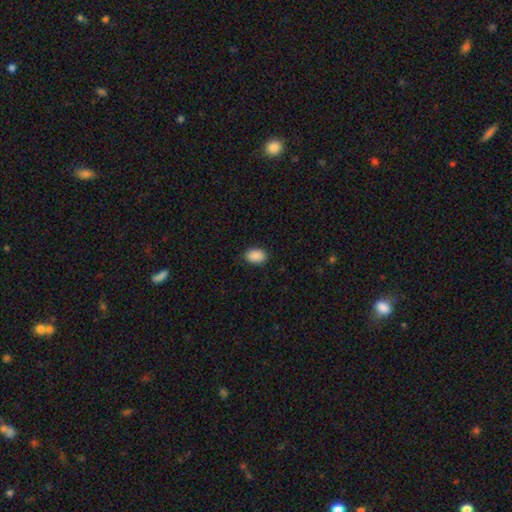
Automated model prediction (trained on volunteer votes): Smooth or featured? smooth (90%)
How rounded? in between (85%)
Merging? none (88%)